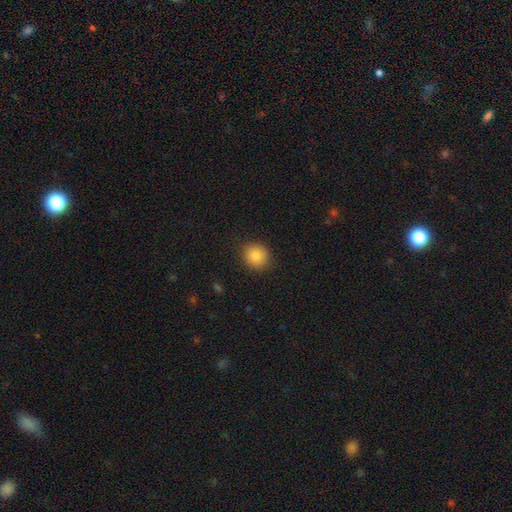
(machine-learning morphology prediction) Smooth or featured? smooth (85%)
How rounded? round (88%)
Merging? none (89%)